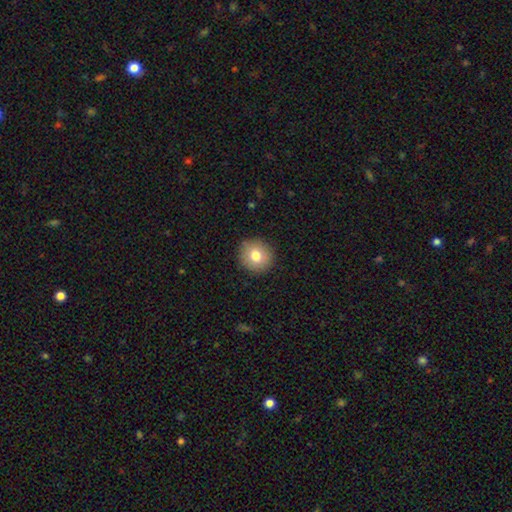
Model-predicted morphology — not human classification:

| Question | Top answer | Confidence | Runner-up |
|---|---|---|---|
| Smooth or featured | smooth | 77% | featured or disk (13%) |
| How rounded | round | 92% | in between (7%) |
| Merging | none | 89% | minor disturbance (8%) |